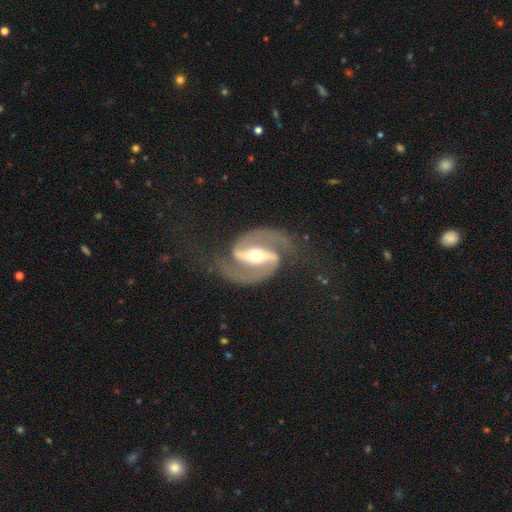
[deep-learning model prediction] Q: Smooth or featured?
A: featured or disk (93%); runner-up: star or artifact (4%)
Q: Edge-on disk?
A: no (98%); runner-up: yes (2%)
Q: Bar?
A: strong (67%); runner-up: weak (24%)
Q: Spiral arms?
A: yes (98%); runner-up: no (2%)
Q: Spiral winding?
A: medium (61%); runner-up: tight (23%)
Q: Spiral arm count?
A: 2 (95%); runner-up: can't tell (1%)
Q: Bulge size?
A: moderate (59%); runner-up: small (35%)
Q: Merging?
A: none (77%); runner-up: minor disturbance (14%)